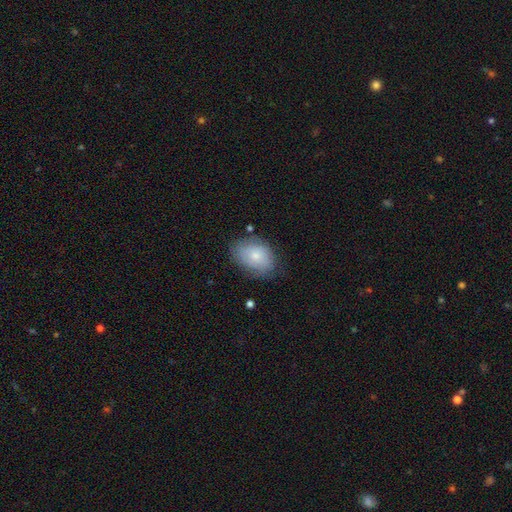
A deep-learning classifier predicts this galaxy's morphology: Smooth or featured: smooth — 74% (featured or disk — 19%)
How rounded: in between — 79% (round — 20%)
Merging: none — 70% (minor disturbance — 23%)